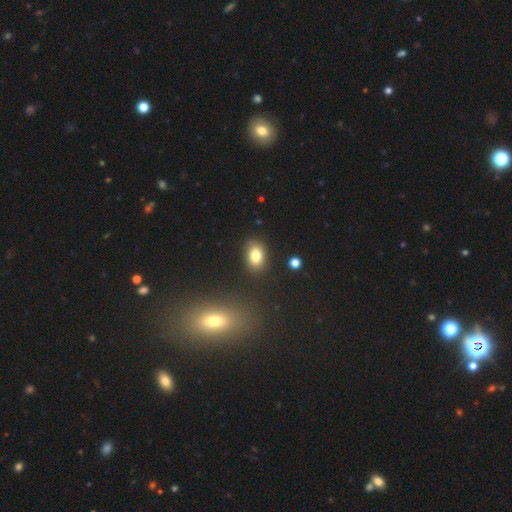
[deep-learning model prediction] smooth_or_featured: smooth (p=0.81) [alt: star or artifact p=0.10]
how_rounded: in between (p=0.82) [alt: round p=0.16]
merging: none (p=0.85) [alt: minor disturbance p=0.10]